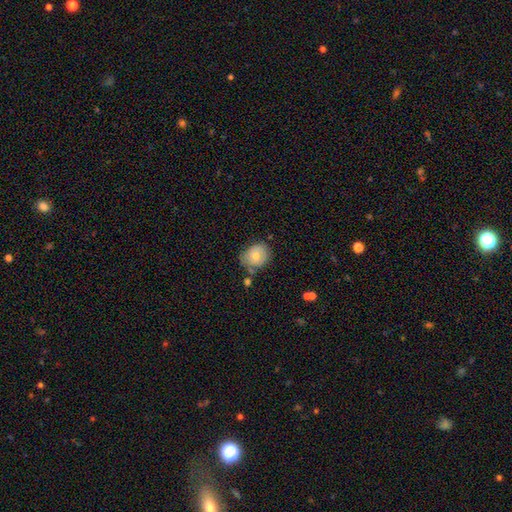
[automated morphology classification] A smooth galaxy with no disk features (63%) that is round (57%). Merging: none (68%).